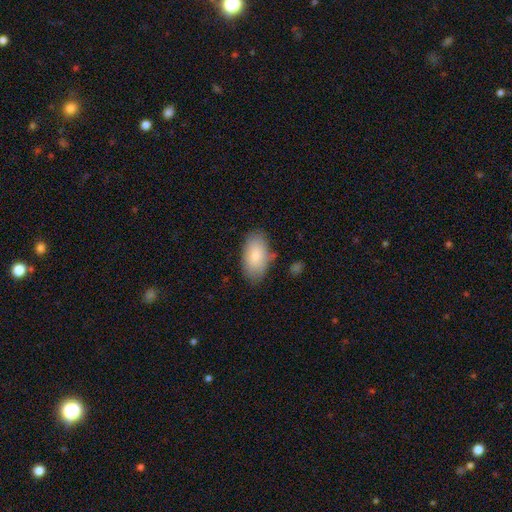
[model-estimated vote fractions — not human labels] Morphology: type=smooth (81%); roundness=in between (95%); merging=none (77%).